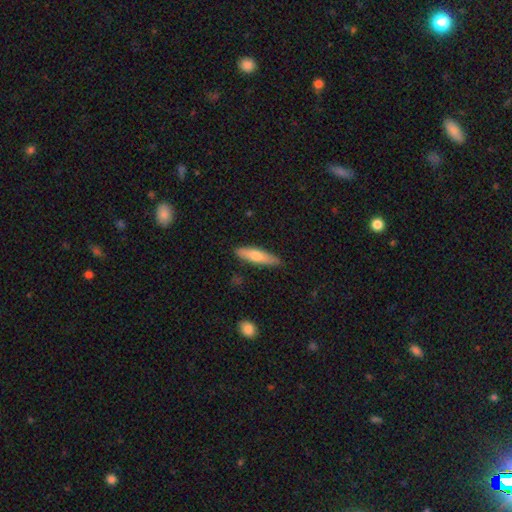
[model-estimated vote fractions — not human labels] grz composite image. It shows a smooth galaxy with no disk features (72%) that is cigar-shaped (74%). Merging: none (85%).